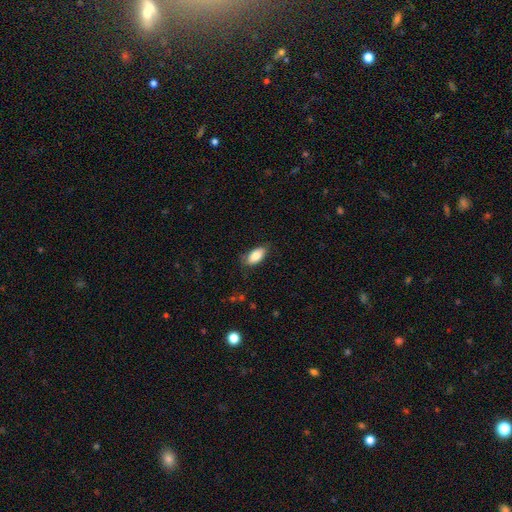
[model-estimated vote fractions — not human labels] The model was most divided on "merging": none: 77%, minor disturbance: 18%, major disturbance: 4%, merger: 1%. More confident: how rounded — in between (90%); smooth or featured — smooth (84%).